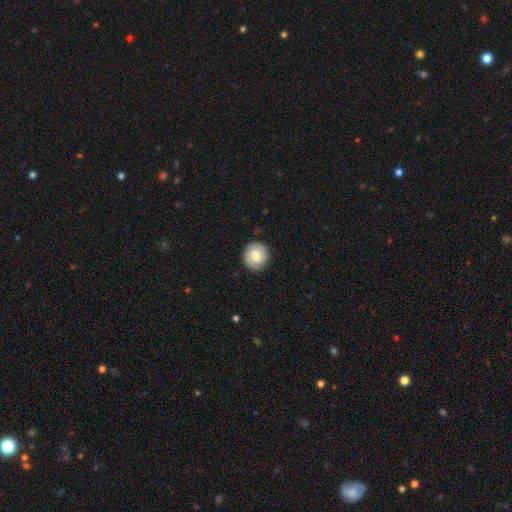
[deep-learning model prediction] smooth_or_featured: smooth (p=0.64) [alt: featured or disk p=0.29]
how_rounded: round (p=0.88) [alt: in between p=0.11]
merging: none (p=0.86) [alt: minor disturbance p=0.10]